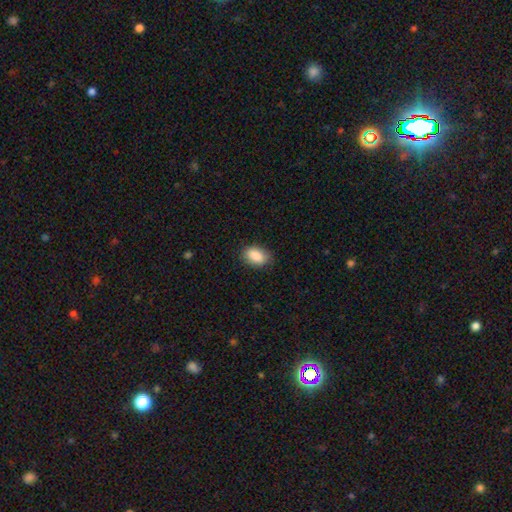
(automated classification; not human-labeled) A smooth galaxy with no disk features (88%) that is in between round and cigar-shaped (88%).

Vote fractions:
- Smooth or featured? smooth: 88% / star or artifact: 7% / featured or disk: 5%
- How rounded? in between: 88% / round: 10% / cigar-shaped: 2%
- Merging? none: 83% / minor disturbance: 13% / major disturbance: 3% / merger: 1%